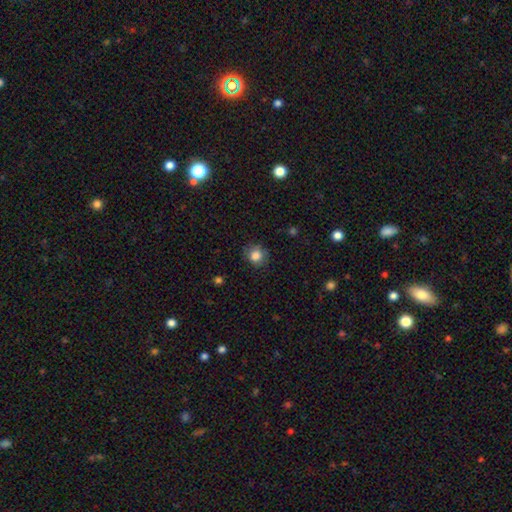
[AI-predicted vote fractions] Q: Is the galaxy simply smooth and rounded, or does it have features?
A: smooth — 83%.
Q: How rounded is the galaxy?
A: round — 82%.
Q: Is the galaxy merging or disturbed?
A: none — 82%.